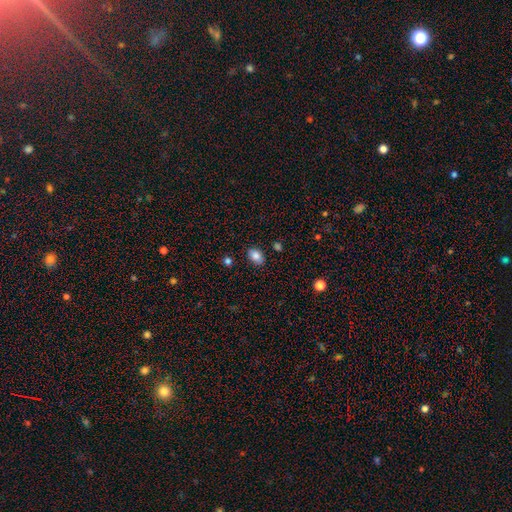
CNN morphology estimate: A smooth galaxy with no disk features (83%) that is in between round and cigar-shaped (82%).

Vote fractions:
- Smooth or featured? smooth: 83% / star or artifact: 9% / featured or disk: 8%
- How rounded? in between: 82% / round: 17% / cigar-shaped: 1%
- Merging? none: 86% / minor disturbance: 10% / major disturbance: 2% / merger: 2%